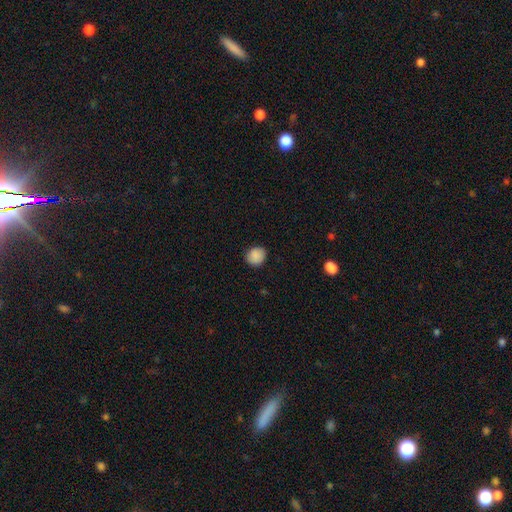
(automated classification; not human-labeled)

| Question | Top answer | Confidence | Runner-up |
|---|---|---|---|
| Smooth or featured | smooth | 87% | star or artifact (8%) |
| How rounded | round | 81% | in between (18%) |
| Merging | none | 86% | minor disturbance (11%) |